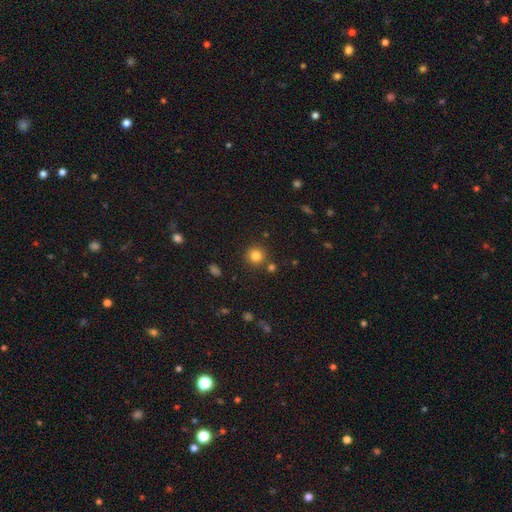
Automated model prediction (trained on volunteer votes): A smooth galaxy with no disk features (82%) that is round (93%).

Vote fractions:
- Smooth or featured? smooth: 82% / star or artifact: 13% / featured or disk: 5%
- How rounded? round: 93% / in between: 6% / cigar-shaped: 1%
- Merging? none: 84% / minor disturbance: 7% / merger: 7% / major disturbance: 3%